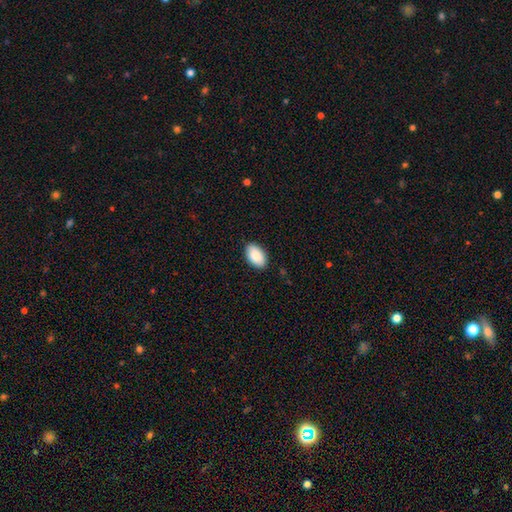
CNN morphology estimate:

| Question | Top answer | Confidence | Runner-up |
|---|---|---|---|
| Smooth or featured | smooth | 88% | star or artifact (6%) |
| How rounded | in between | 94% | round (5%) |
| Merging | none | 89% | minor disturbance (8%) |